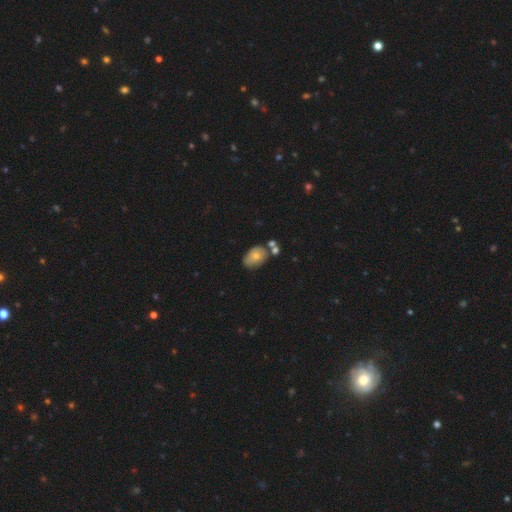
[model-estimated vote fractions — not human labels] A smooth galaxy with no disk features (65%) that is in between round and cigar-shaped (83%). Merging: none (54%).